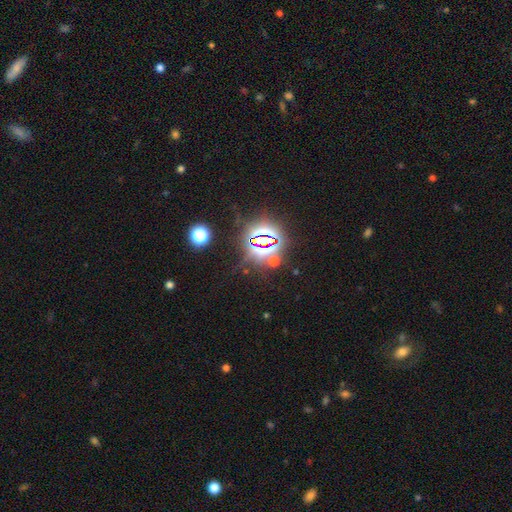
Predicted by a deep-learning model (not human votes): Smooth or featured: star or artifact — 84% (smooth — 10%)